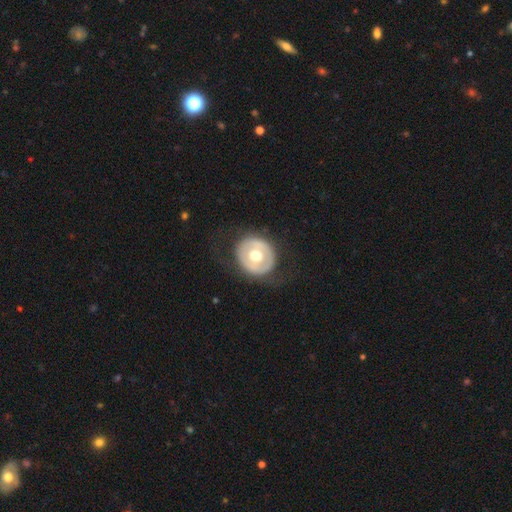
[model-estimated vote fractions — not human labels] This is possibly a featured or disk galaxy (49%). Merging: likely none (78%).